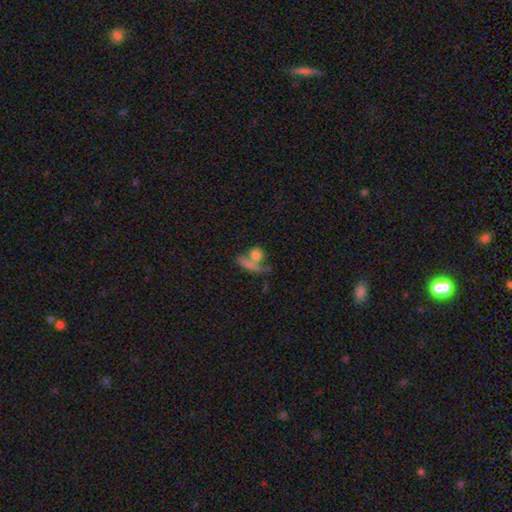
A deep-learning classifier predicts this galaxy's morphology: This is likely a smooth galaxy (73%). How rounded: possibly round (58%). Merging: possibly none (45%).